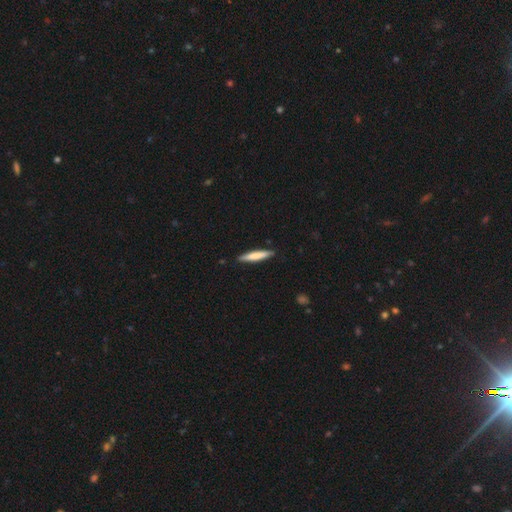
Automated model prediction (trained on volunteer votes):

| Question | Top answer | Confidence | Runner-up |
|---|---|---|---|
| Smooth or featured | smooth | 73% | featured or disk (22%) |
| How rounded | cigar-shaped | 91% | in between (7%) |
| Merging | none | 89% | minor disturbance (9%) |